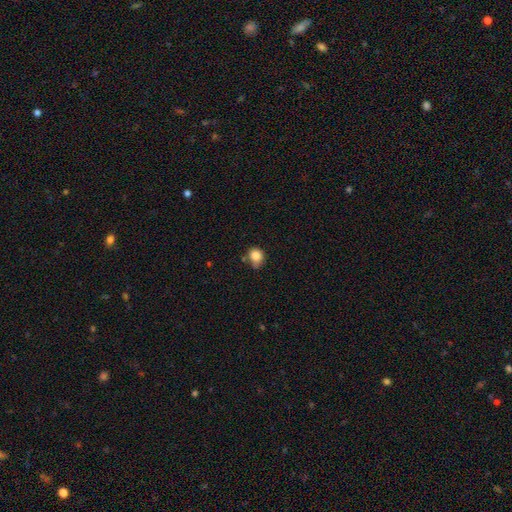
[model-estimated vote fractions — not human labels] smooth_or_featured: smooth (p=0.84) [alt: star or artifact p=0.10]
how_rounded: round (p=0.75) [alt: in between p=0.24]
merging: none (p=0.56) [alt: minor disturbance p=0.29]